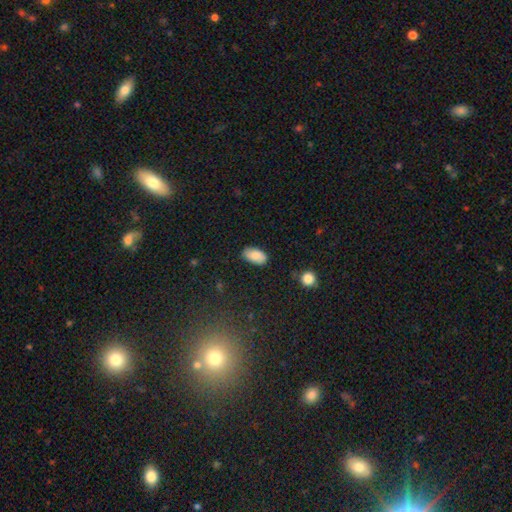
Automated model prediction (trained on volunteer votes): Smooth or featured? smooth (86%)
How rounded? in between (94%)
Merging? none (82%)